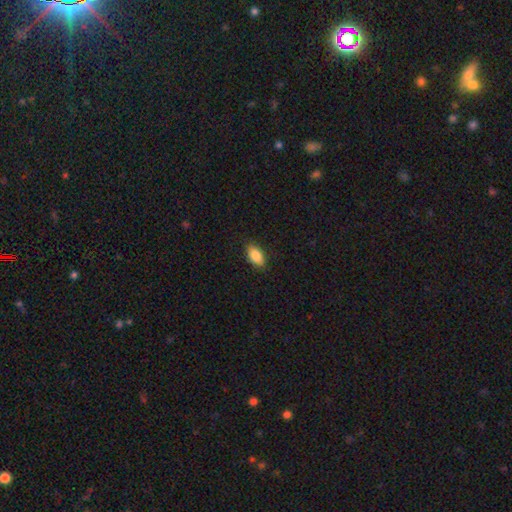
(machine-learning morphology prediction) The model was most divided on "merging": none: 86%, minor disturbance: 11%, major disturbance: 2%, merger: 1%. More confident: how rounded — in between (92%); smooth or featured — smooth (88%).